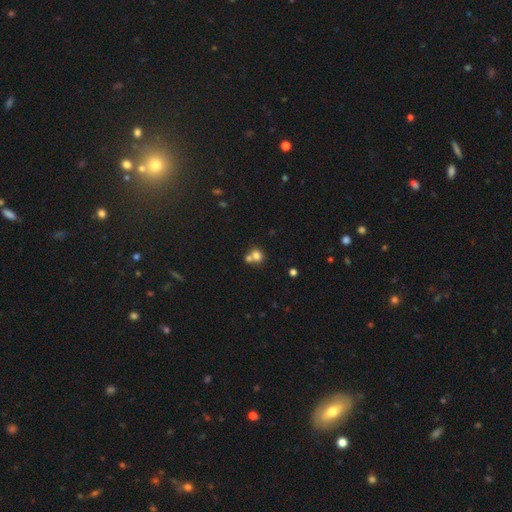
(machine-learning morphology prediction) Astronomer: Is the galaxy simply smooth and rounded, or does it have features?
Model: smooth — 76%.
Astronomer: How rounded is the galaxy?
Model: round — 77%.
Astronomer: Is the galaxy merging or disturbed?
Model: merger — 49% (runner-up: none, 41%).